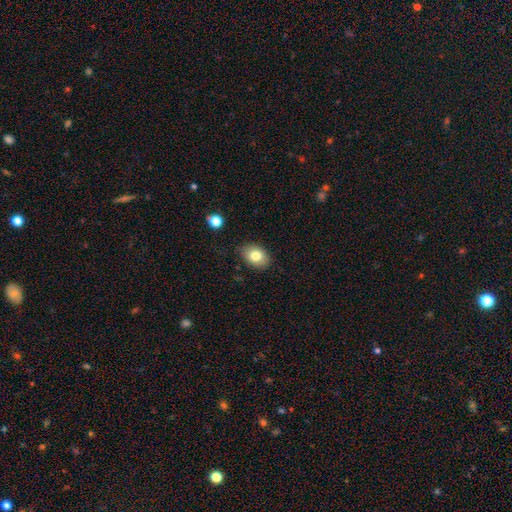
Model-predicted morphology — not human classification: type=smooth (80%); roundness=in between (78%); merging=none (82%).